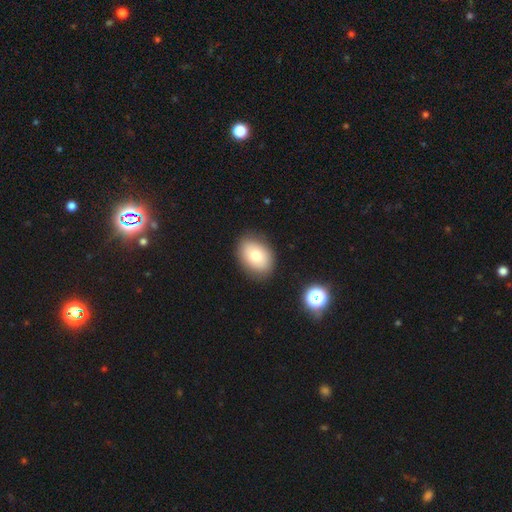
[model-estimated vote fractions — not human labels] Smooth or featured: smooth — 75% (featured or disk — 17%)
How rounded: in between — 75% (round — 24%)
Merging: none — 85% (minor disturbance — 11%)